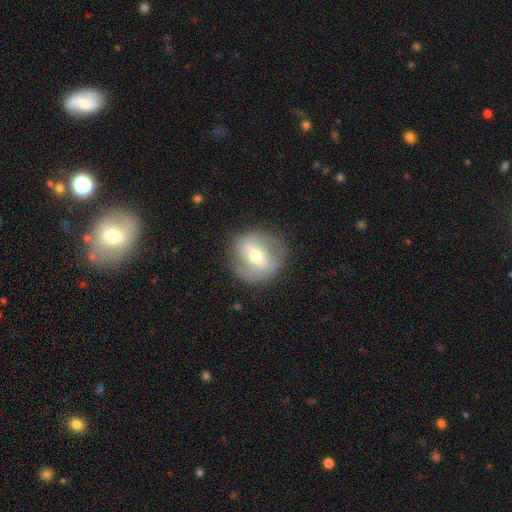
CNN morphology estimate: Smooth or featured?
  - featured or disk: 67% *
  - smooth: 27%
  - star or artifact: 7%
Edge-on disk?
  - no: 96% *
  - yes: 4%
Bar?
  - weak: 41% *
  - strong: 35%
  - no: 24%
Spiral arms?
  - yes: 70% *
  - no: 30%
Bulge size?
  - moderate: 71% *
  - small: 22%
  - large: 6%
  - dominant: 1%
  - none: 1%
Merging?
  - none: 79% *
  - minor disturbance: 13%
  - major disturbance: 6%
  - merger: 1%